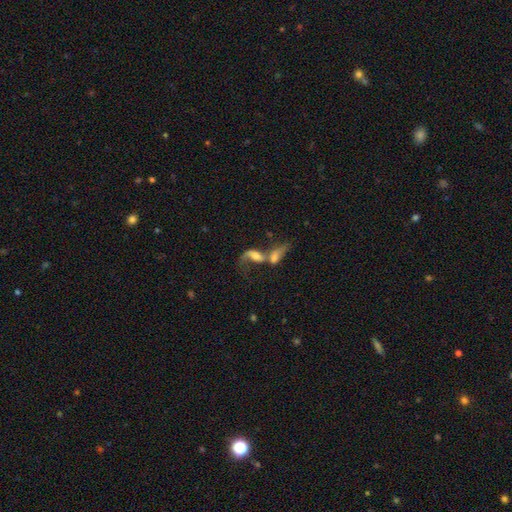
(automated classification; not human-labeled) Q: Smooth or featured?
A: featured or disk (56%); runner-up: smooth (34%)
Q: Edge-on disk?
A: no (91%); runner-up: yes (9%)
Q: Bar?
A: no (61%); runner-up: weak (28%)
Q: Spiral arms?
A: yes (71%); runner-up: no (29%)
Q: Bulge size?
A: moderate (36%); runner-up: small (21%)
Q: Merging?
A: merger (73%); runner-up: major disturbance (12%)